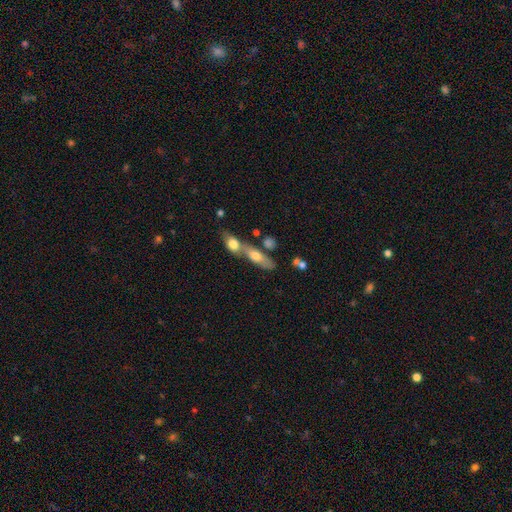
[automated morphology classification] Smooth or featured? smooth (57%)
How rounded? in between (49%)
Merging? merger (57%)